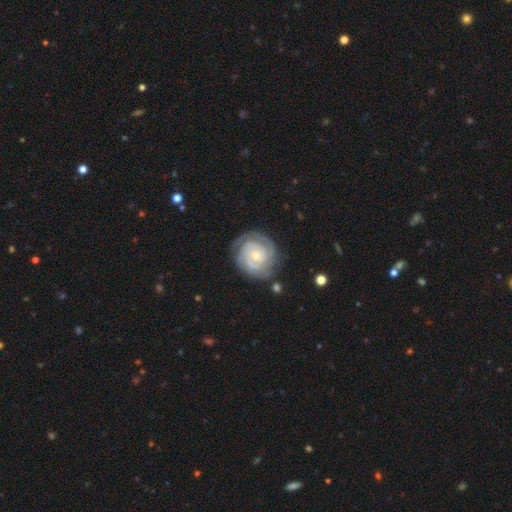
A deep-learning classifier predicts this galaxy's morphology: smooth_or_featured: featured or disk (p=0.84) [alt: smooth p=0.11]
disk_edge_on: no (p=0.98) [alt: yes p=0.02]
bar: no (p=0.75) [alt: weak p=0.20]
has_spiral_arms: yes (p=0.95) [alt: no p=0.05]
spiral_winding: tight (p=0.77) [alt: medium p=0.19]
spiral_arm_count: 2 (p=0.35) [alt: 3 p=0.24]
bulge_size: small (p=0.60) [alt: moderate p=0.37]
merging: none (p=0.76) [alt: minor disturbance p=0.16]